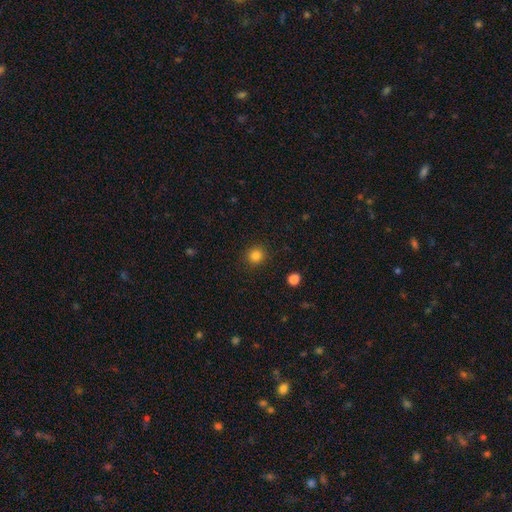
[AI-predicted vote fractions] Q: Smooth or featured?
A: smooth (84%); runner-up: star or artifact (12%)
Q: How rounded?
A: round (89%); runner-up: in between (10%)
Q: Merging?
A: none (90%); runner-up: minor disturbance (6%)